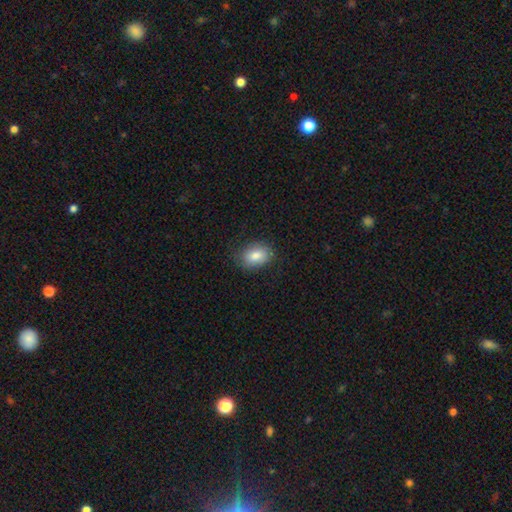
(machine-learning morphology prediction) smooth-or-featured: smooth: 82% | featured or disk: 10% | star or artifact: 8%
  how-rounded: in between: 81% | round: 18% | cigar-shaped: 1%
  merging: none: 80% | minor disturbance: 15% | major disturbance: 4% | merger: 1%